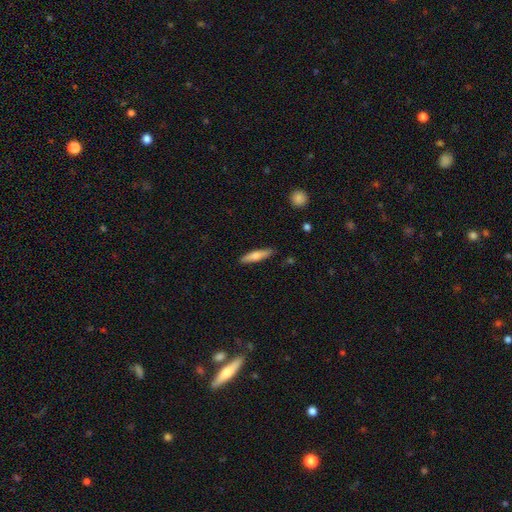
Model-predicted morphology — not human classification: This is likely a smooth galaxy (63%). How rounded: clearly cigar-shaped (81%). Merging: clearly none (88%).